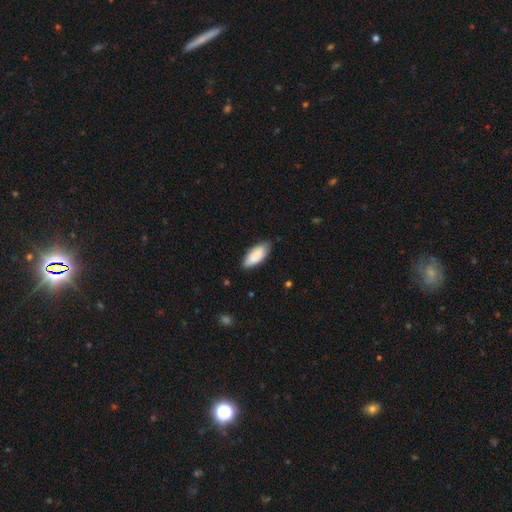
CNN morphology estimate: Smooth or featured? smooth (88%)
How rounded? in between (82%)
Merging? none (81%)